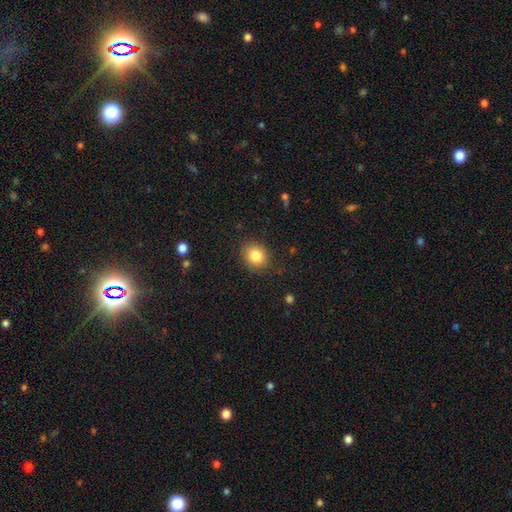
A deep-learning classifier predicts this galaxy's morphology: smooth_or_featured: smooth (p=0.83) [alt: star or artifact p=0.10]
how_rounded: round (p=0.61) [alt: in between p=0.38]
merging: none (p=0.85) [alt: minor disturbance p=0.11]